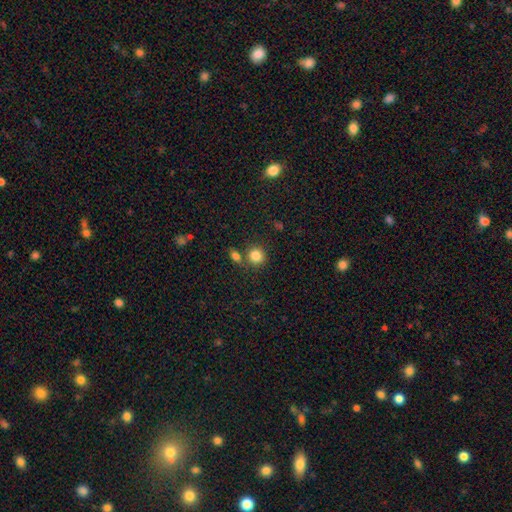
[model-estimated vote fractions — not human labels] This is clearly a smooth galaxy (84%). How rounded: clearly round (84%). Merging: likely none (68%).